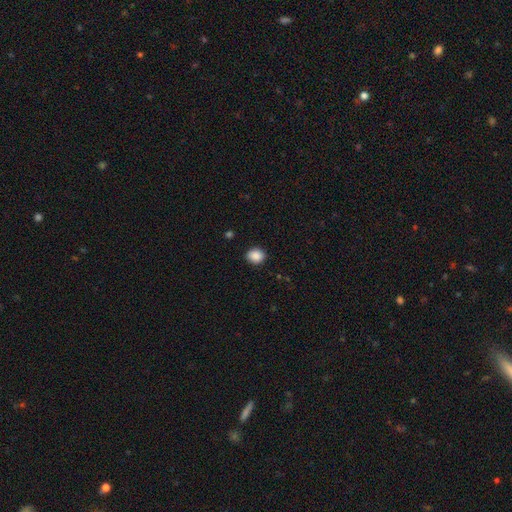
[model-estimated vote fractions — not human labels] smooth_or_featured: smooth (p=0.89) [alt: star or artifact p=0.09]
how_rounded: round (p=0.71) [alt: in between p=0.28]
merging: none (p=0.89) [alt: minor disturbance p=0.08]